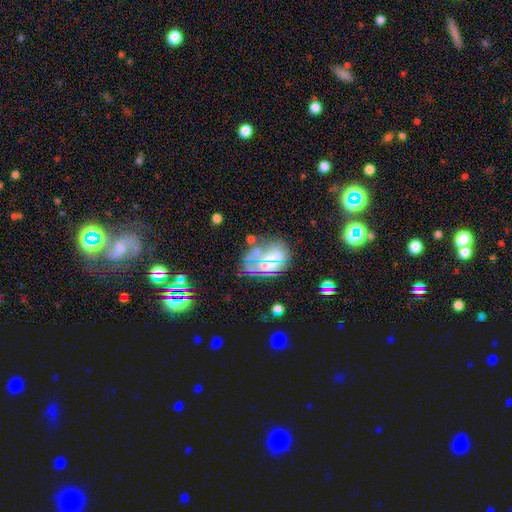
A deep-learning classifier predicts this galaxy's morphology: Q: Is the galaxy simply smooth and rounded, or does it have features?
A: smooth — 41%.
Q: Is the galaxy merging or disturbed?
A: none — 60%.